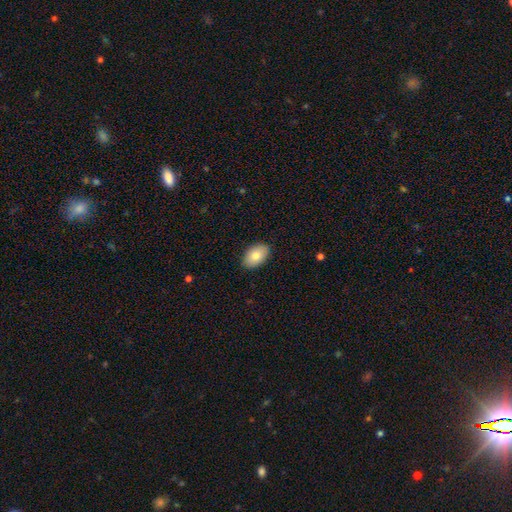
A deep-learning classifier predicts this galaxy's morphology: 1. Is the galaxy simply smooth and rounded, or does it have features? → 81% smooth, 12% featured or disk, 7% star or artifact.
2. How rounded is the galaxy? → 91% in between, 7% round, 1% cigar-shaped.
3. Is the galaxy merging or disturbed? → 89% none, 8% minor disturbance, 2% major disturbance, 1% merger.